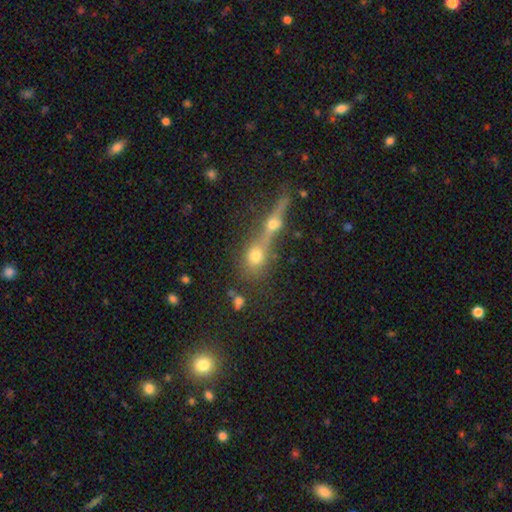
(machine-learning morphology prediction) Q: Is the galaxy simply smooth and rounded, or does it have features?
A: smooth — 56%.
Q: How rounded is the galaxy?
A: round — 59%.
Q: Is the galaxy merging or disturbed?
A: none — 46%.